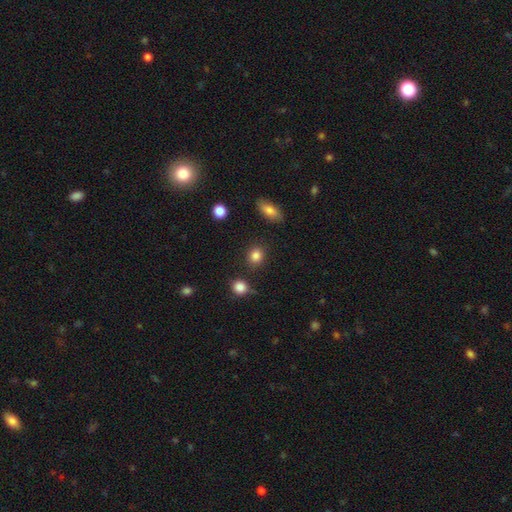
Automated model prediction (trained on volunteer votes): Smooth or featured: smooth — 85% (star or artifact — 10%)
How rounded: round — 78% (in between — 21%)
Merging: none — 86% (minor disturbance — 8%)